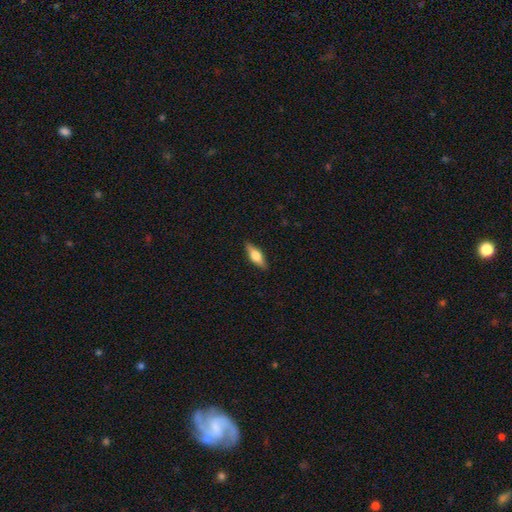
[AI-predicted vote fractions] Q: Smooth or featured?
A: smooth (57%); runner-up: featured or disk (37%)
Q: How rounded?
A: in between (59%); runner-up: cigar-shaped (38%)
Q: Merging?
A: none (87%); runner-up: minor disturbance (10%)